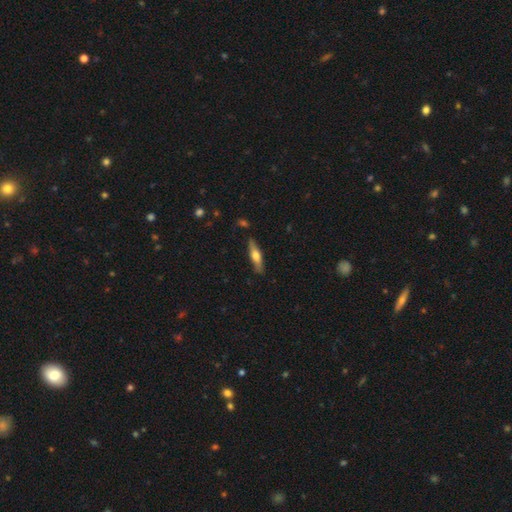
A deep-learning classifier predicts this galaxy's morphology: smooth-or-featured: smooth: 48% | featured or disk: 46% | star or artifact: 6%
  merging: none: 86% | minor disturbance: 10% | major disturbance: 2% | merger: 2%